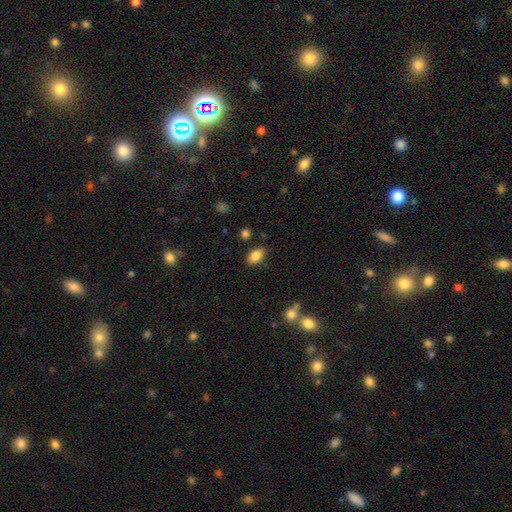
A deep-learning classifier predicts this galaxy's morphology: A smooth galaxy with no disk features (85%) that is in between round and cigar-shaped (87%). Merging: none (83%).